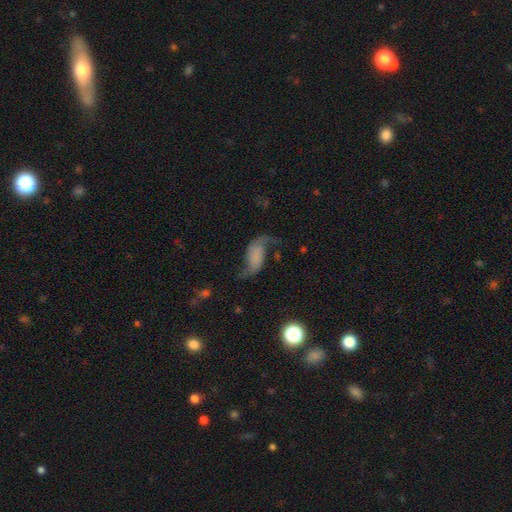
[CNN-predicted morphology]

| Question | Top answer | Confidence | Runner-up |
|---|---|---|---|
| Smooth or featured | featured or disk | 74% | smooth (17%) |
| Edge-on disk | no | 96% | yes (4%) |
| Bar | no | 60% | weak (25%) |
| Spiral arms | yes | 94% | no (6%) |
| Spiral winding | loose | 89% | medium (9%) |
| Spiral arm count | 2 | 93% | 1 (3%) |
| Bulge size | none | 63% | small (14%) |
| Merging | none | 63% | minor disturbance (18%) |